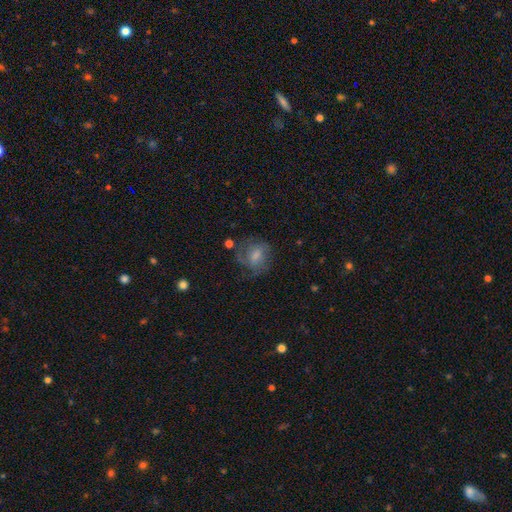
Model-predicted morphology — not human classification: Smooth or featured? Predicted: smooth (p=0.51). How rounded? Predicted: round (p=0.57). Merging? Predicted: none (p=0.51).